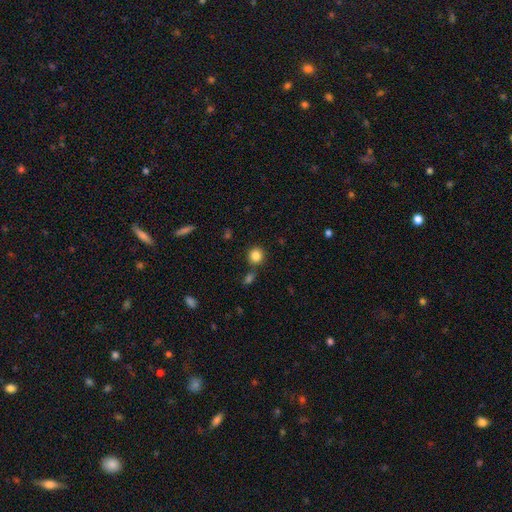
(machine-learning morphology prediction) smooth_or_featured: smooth (p=0.85) [alt: star or artifact p=0.11]
how_rounded: round (p=0.89) [alt: in between p=0.10]
merging: none (p=0.81) [alt: merger p=0.08]